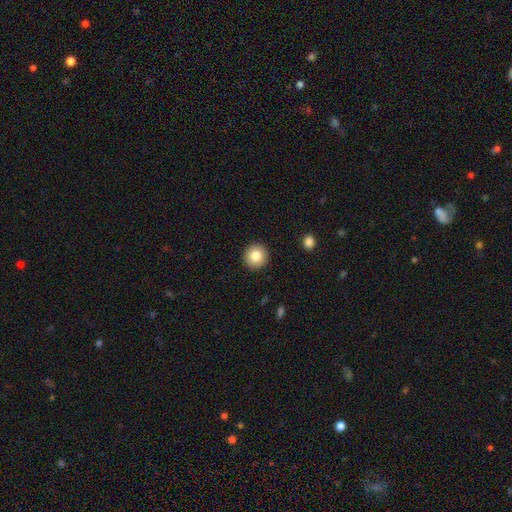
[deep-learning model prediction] Morphology: type=smooth (82%); roundness=round (95%); merging=none (92%).